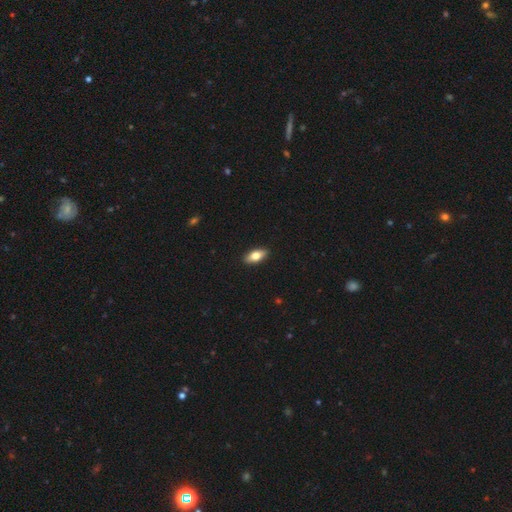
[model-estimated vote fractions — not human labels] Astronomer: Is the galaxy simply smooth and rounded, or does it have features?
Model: smooth — 75%.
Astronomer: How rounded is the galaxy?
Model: in between — 84%.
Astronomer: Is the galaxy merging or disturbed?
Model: none — 91%.